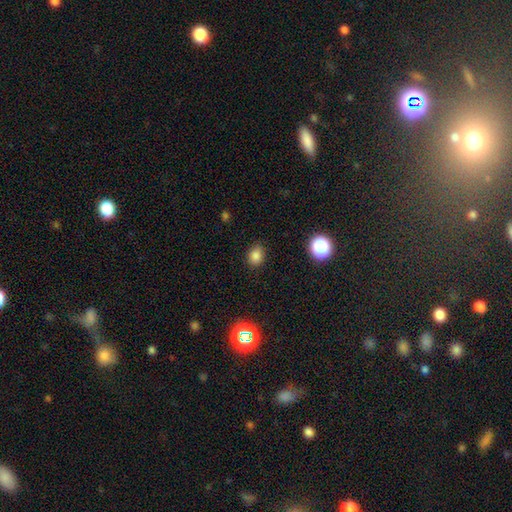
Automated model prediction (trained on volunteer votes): smooth-or-featured: smooth: 82% | star or artifact: 13% | featured or disk: 5%
  how-rounded: in between: 52% | round: 47% | cigar-shaped: 1%
  merging: none: 85% | minor disturbance: 11% | major disturbance: 3% | merger: 1%